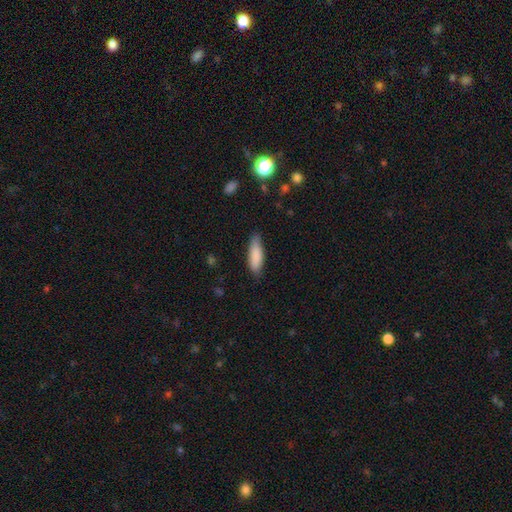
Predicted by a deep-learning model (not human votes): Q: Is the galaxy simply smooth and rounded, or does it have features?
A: smooth — 86%.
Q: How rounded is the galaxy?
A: cigar-shaped — 49%, tied with in between.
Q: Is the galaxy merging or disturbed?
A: none — 77%.